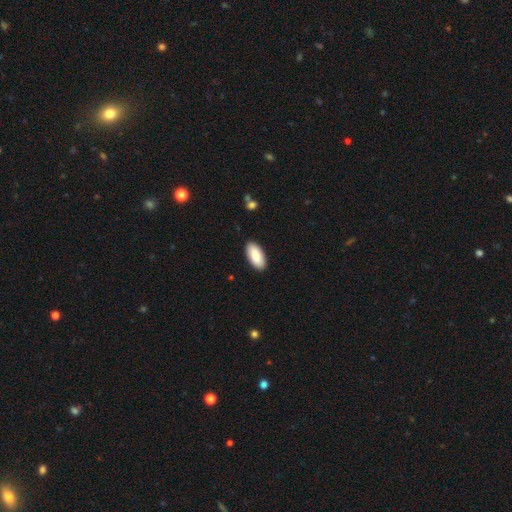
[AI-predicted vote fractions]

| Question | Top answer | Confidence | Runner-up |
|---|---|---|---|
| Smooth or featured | smooth | 86% | featured or disk (9%) |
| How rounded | in between | 92% | cigar-shaped (6%) |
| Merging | none | 90% | minor disturbance (7%) |